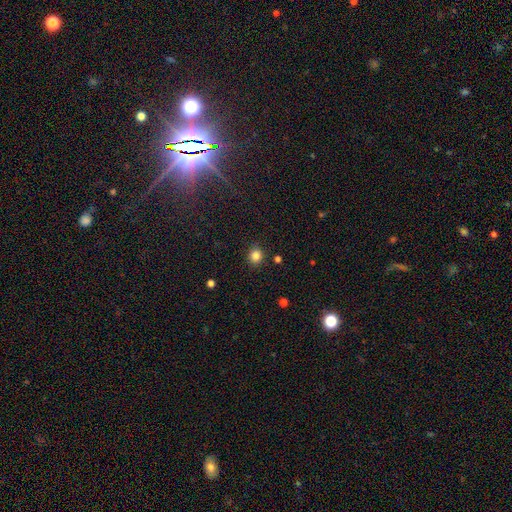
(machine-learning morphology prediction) smooth 83%, star or artifact 12%, featured or disk 4%. Down the decision tree: how rounded — round (83%); merging — none (89%).